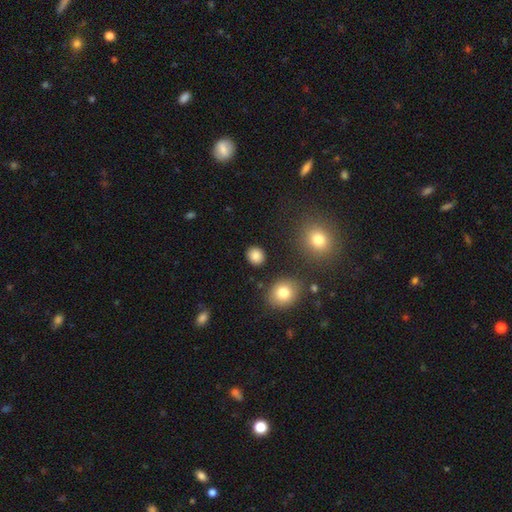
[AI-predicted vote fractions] This appears to be a smooth galaxy with no disk features (85%) that is round (76%). Merging: none (89%).